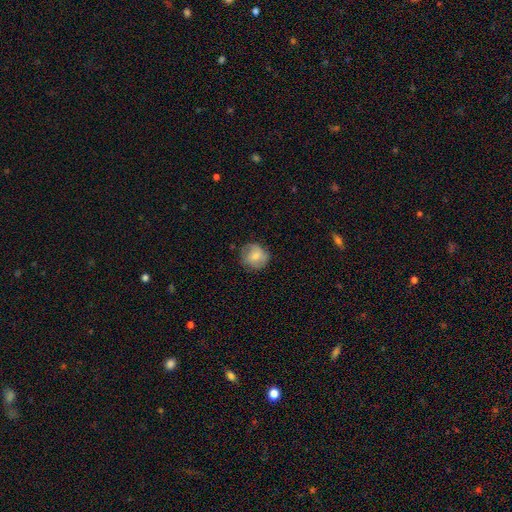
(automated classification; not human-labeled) Q: Smooth or featured?
A: smooth (66%); runner-up: featured or disk (26%)
Q: How rounded?
A: round (86%); runner-up: in between (13%)
Q: Merging?
A: none (75%); runner-up: minor disturbance (19%)